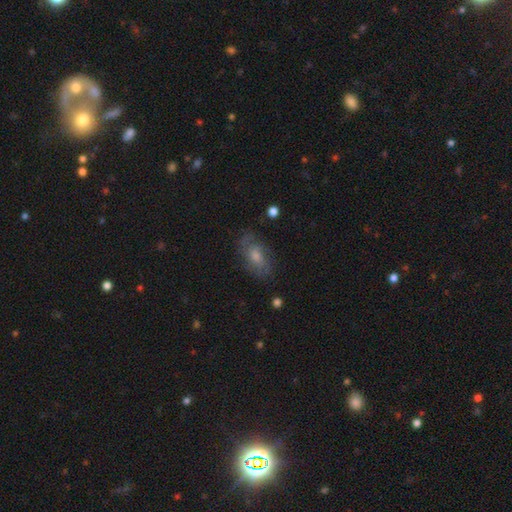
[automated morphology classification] Q: Smooth or featured?
A: featured or disk (49%); runner-up: smooth (38%)
Q: Merging?
A: none (74%); runner-up: minor disturbance (17%)